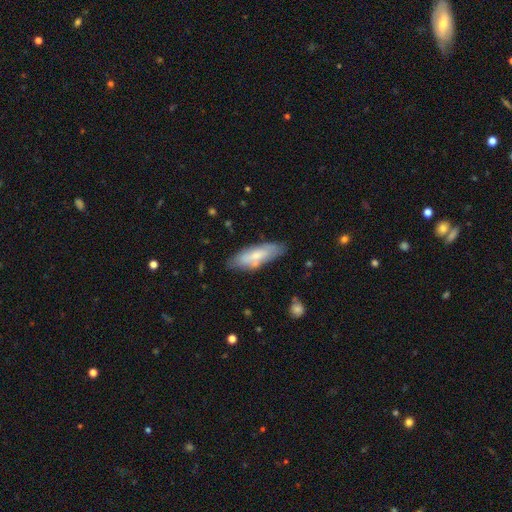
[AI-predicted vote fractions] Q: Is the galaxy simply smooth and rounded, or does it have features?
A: smooth — 58%.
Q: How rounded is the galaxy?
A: in between — 54%.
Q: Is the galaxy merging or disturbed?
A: none — 76%.